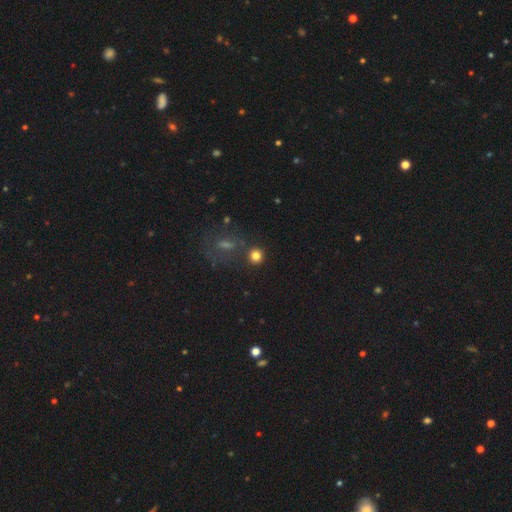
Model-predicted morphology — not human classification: The model was most divided on "smooth or featured": smooth: 80%, star or artifact: 14%, featured or disk: 6%. More confident: how rounded — round (91%); merging — none (79%).